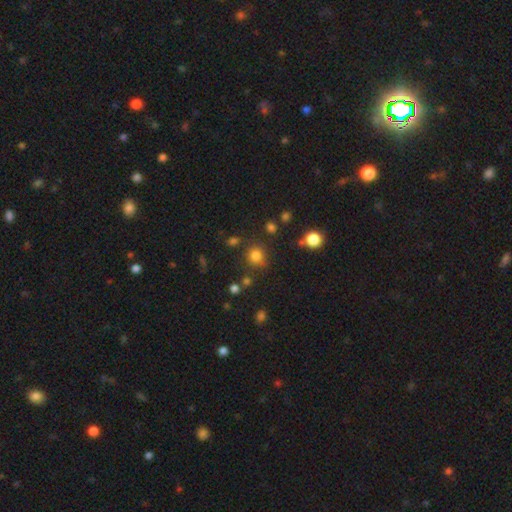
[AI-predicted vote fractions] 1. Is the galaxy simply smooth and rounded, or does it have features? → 79% smooth, 16% star or artifact, 5% featured or disk.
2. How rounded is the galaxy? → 88% round, 11% in between, 1% cigar-shaped.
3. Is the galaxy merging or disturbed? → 78% none, 12% minor disturbance, 6% merger, 4% major disturbance.